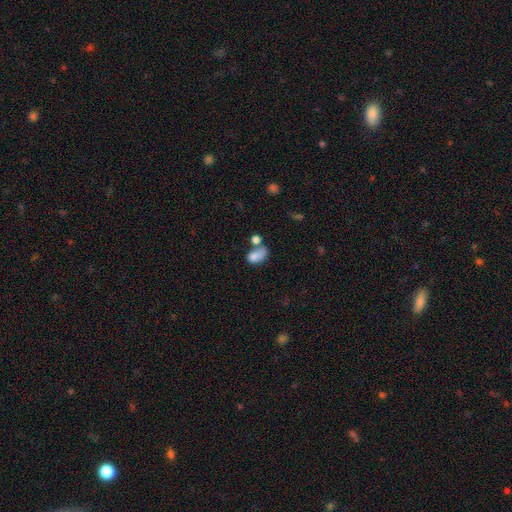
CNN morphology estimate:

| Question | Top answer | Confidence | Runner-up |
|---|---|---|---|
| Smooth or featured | smooth | 79% | featured or disk (11%) |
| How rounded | in between | 86% | round (12%) |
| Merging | merger | 41% | none (27%) |